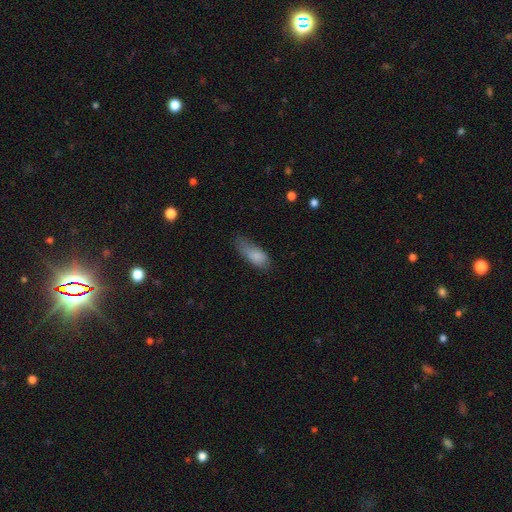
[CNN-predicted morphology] smooth_or_featured: smooth (p=0.83) [alt: featured or disk p=0.09]
how_rounded: in between (p=0.80) [alt: cigar-shaped p=0.17]
merging: minor disturbance (p=0.40) [alt: none p=0.38]